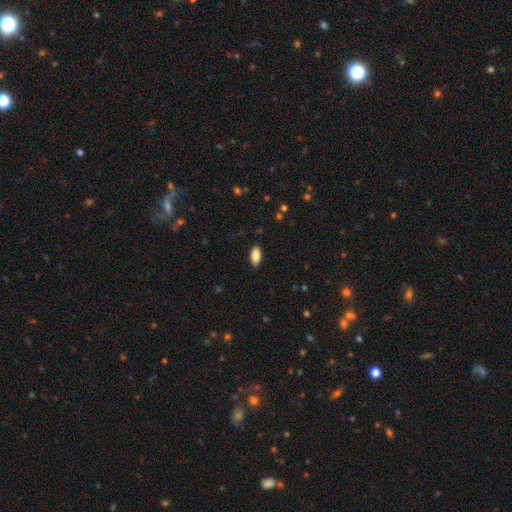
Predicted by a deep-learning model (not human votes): Smooth or featured: smooth — 86% (star or artifact — 7%)
How rounded: in between — 90% (cigar-shaped — 8%)
Merging: none — 87% (minor disturbance — 10%)